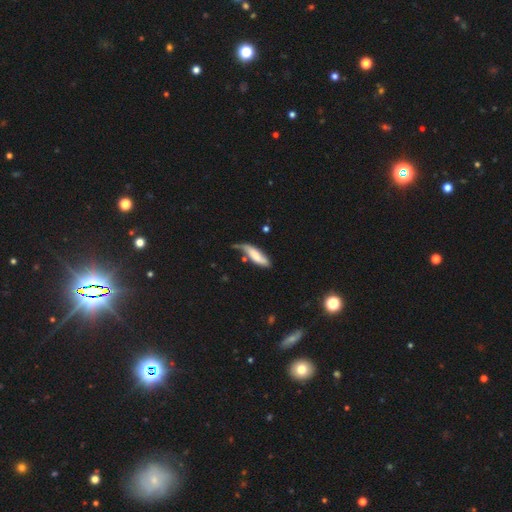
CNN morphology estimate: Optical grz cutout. It shows a smooth galaxy with no disk features (65%) that is in between round and cigar-shaped (51%). Merging: none (37%).